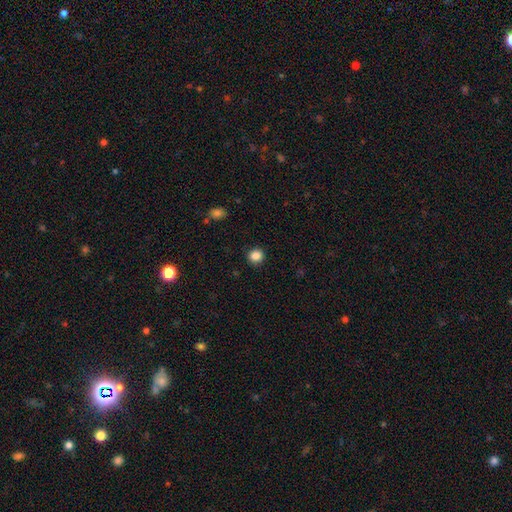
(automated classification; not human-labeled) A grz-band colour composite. It shows a smooth galaxy with no disk features (86%) that is round (90%). Merging: none (91%).